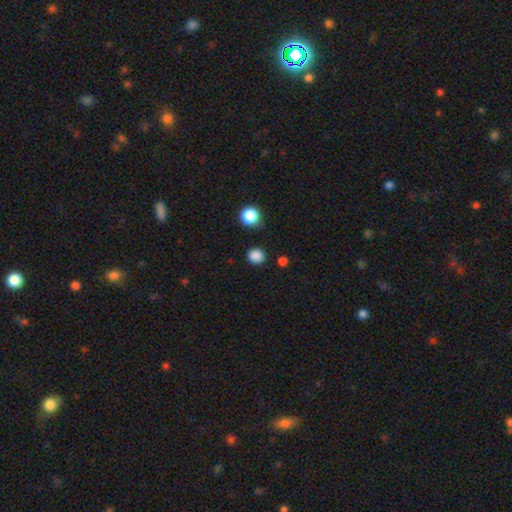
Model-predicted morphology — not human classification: Q: Smooth or featured?
A: smooth (85%); runner-up: star or artifact (12%)
Q: How rounded?
A: round (90%); runner-up: in between (9%)
Q: Merging?
A: none (87%); runner-up: minor disturbance (8%)